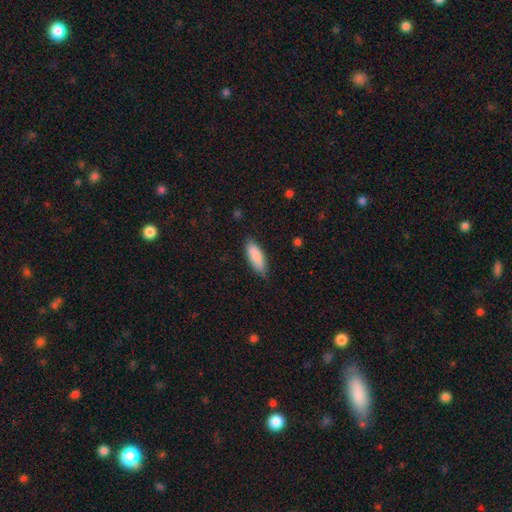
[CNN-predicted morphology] Smooth or featured?
  - smooth: 88% *
  - featured or disk: 6%
  - star or artifact: 6%
How rounded?
  - in between: 67% *
  - cigar-shaped: 32%
  - round: 2%
Merging?
  - none: 81% *
  - minor disturbance: 15%
  - major disturbance: 3%
  - merger: 1%